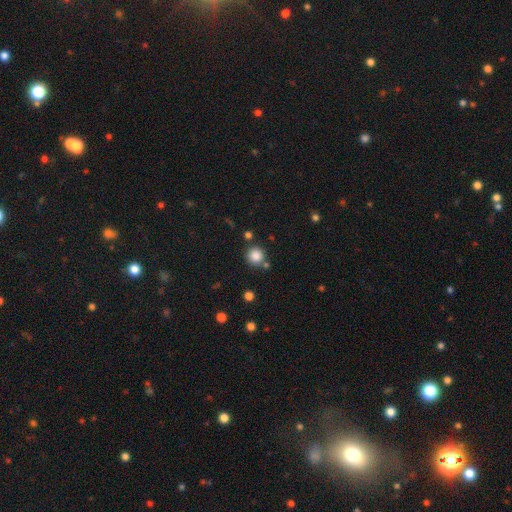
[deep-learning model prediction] Q: Smooth or featured?
A: smooth (85%); runner-up: star or artifact (11%)
Q: How rounded?
A: round (93%); runner-up: in between (6%)
Q: Merging?
A: none (79%); runner-up: merger (9%)